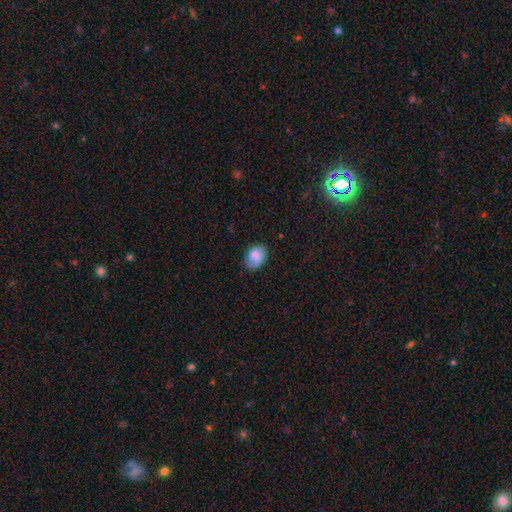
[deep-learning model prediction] This appears to be a smooth galaxy with no disk features (74%) that is in between round and cigar-shaped (75%). Merging: none (65%).